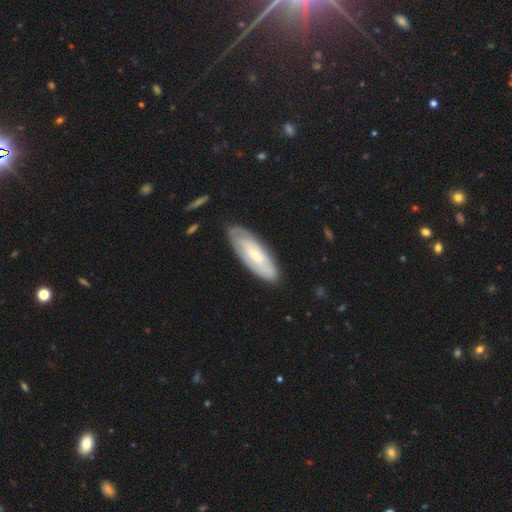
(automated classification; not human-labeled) Overall: smooth (51%; featured or disk 44%). How rounded: in between (60%; cigar-shaped 38%). Merging: none (81%).